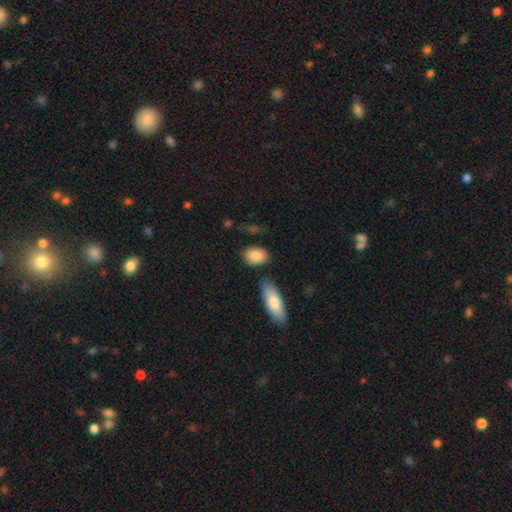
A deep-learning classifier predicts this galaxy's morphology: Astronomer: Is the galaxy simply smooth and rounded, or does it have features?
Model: smooth — 87%.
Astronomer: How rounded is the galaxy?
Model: in between — 81%.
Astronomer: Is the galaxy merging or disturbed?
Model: none — 73%.